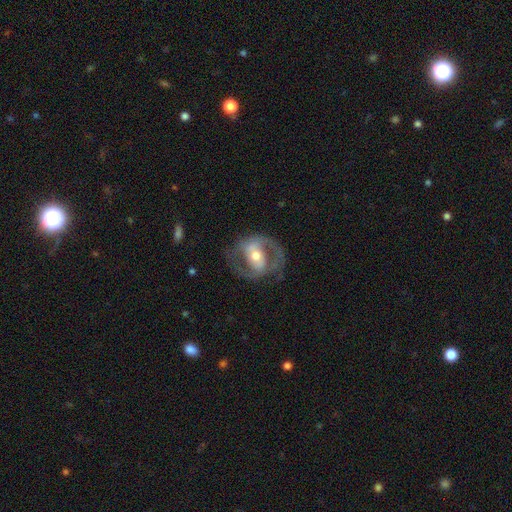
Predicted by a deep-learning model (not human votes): Morphology: type=featured or disk (83%); edge-on=no (96%); bar=strong (43%); spiral arms=yes (86%); winding=medium (55%); arm count=2 (86%); bulge=moderate (64%); merging=none (70%).